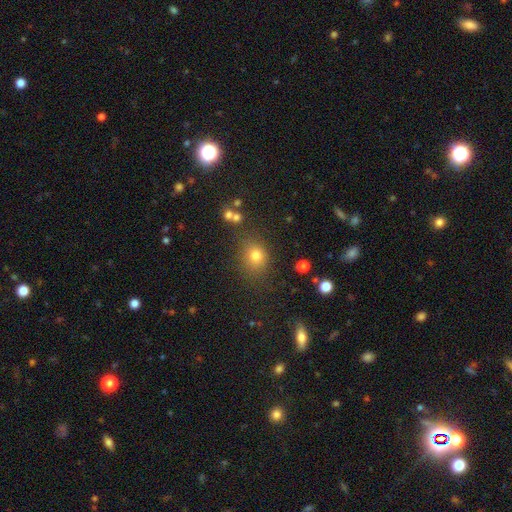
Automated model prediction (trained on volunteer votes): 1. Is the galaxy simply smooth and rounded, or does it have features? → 76% smooth, 16% star or artifact, 8% featured or disk.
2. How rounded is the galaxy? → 64% round, 35% in between, 1% cigar-shaped.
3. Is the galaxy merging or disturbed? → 77% none, 13% minor disturbance, 5% major disturbance, 5% merger.